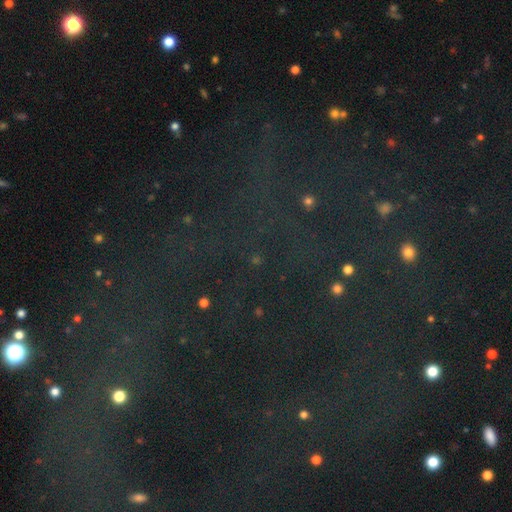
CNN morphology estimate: A star or artifact, not a galaxy (74%).

Vote fractions:
- Smooth or featured? star or artifact: 74% / smooth: 16% / featured or disk: 10%